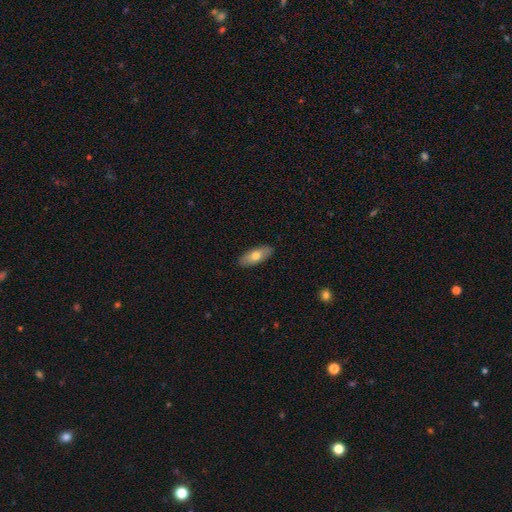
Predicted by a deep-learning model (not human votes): This appears to be a smooth galaxy with no disk features (70%) that is in between round and cigar-shaped (79%). Merging: none (89%).